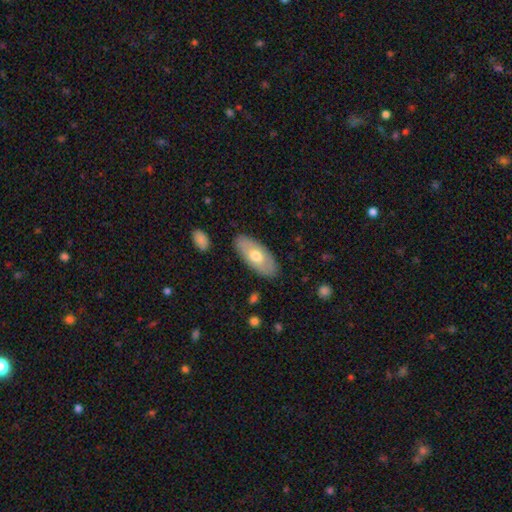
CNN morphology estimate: Smooth or featured: smooth — 59% (featured or disk — 35%)
How rounded: in between — 90% (cigar-shaped — 7%)
Merging: none — 86% (minor disturbance — 10%)